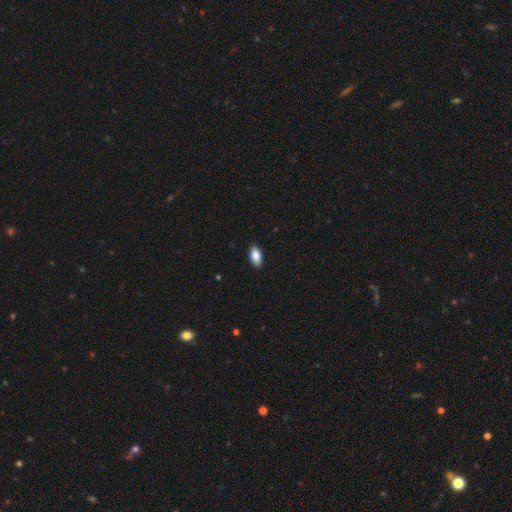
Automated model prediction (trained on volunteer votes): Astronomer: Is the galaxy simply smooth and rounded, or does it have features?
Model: smooth — 88%.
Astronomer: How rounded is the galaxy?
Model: in between — 93%.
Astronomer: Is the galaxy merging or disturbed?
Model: none — 89%.